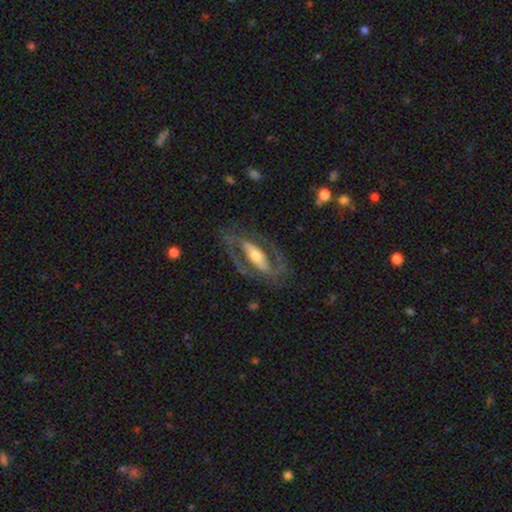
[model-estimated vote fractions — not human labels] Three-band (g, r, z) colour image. It shows a featured or disk galaxy (84%) with a strong bar (57%), 2 (89%) medium (52%) spiral arms (88%) and a moderate central bulge (56%). Merging: none (74%).